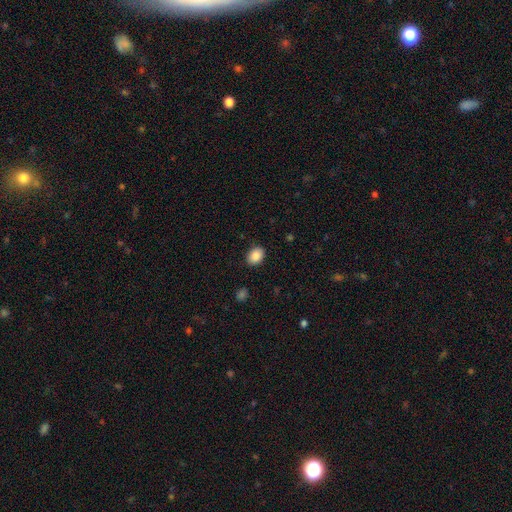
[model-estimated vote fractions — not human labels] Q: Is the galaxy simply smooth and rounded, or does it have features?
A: smooth — 88%.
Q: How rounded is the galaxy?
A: in between — 70%.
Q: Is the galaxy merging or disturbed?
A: none — 88%.